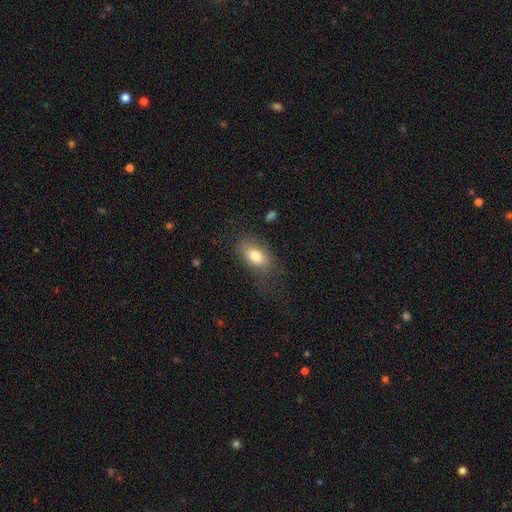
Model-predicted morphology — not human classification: Smooth or featured? smooth (77%)
How rounded? in between (88%)
Merging? none (68%)